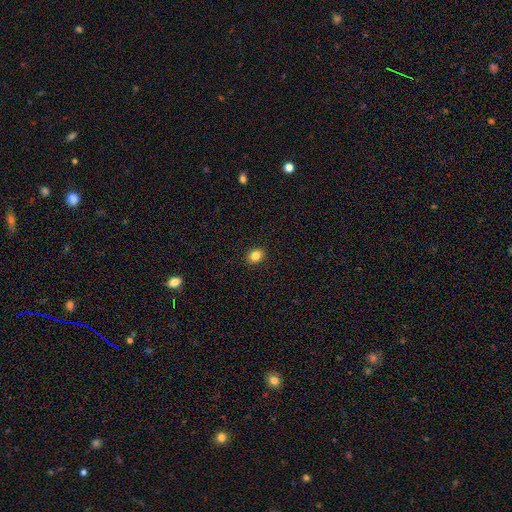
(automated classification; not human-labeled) Smooth or featured? Predicted: smooth (p=0.84). How rounded? Predicted: in between (p=0.56). Merging? Predicted: none (p=0.91).